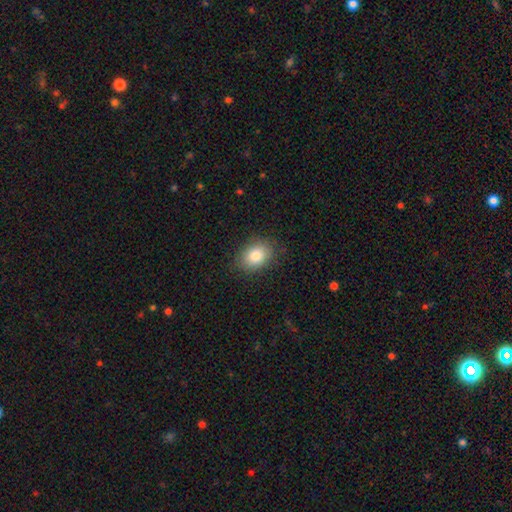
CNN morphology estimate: smooth_or_featured: smooth (p=0.83) [alt: star or artifact p=0.09]
how_rounded: in between (p=0.67) [alt: round p=0.32]
merging: none (p=0.84) [alt: minor disturbance p=0.11]